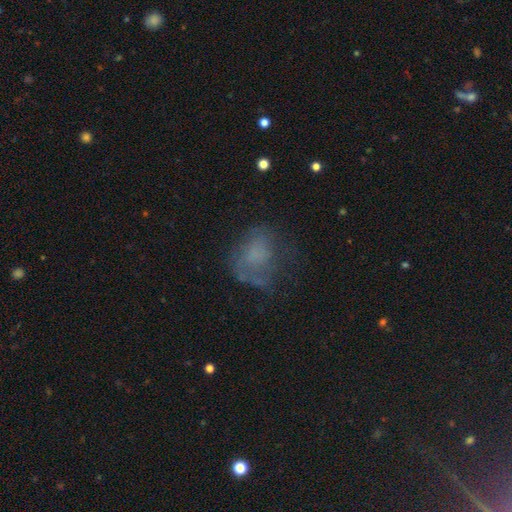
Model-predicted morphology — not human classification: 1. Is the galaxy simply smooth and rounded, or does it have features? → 49% smooth, 33% featured or disk, 18% star or artifact.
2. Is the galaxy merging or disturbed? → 44% none, 30% major disturbance, 23% minor disturbance, 3% merger.